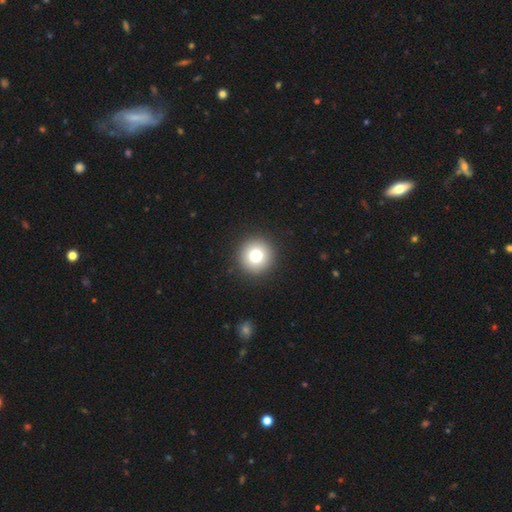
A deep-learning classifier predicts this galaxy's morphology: Q: Smooth or featured?
A: smooth (78%); runner-up: star or artifact (11%)
Q: How rounded?
A: round (96%); runner-up: in between (3%)
Q: Merging?
A: none (93%); runner-up: minor disturbance (4%)